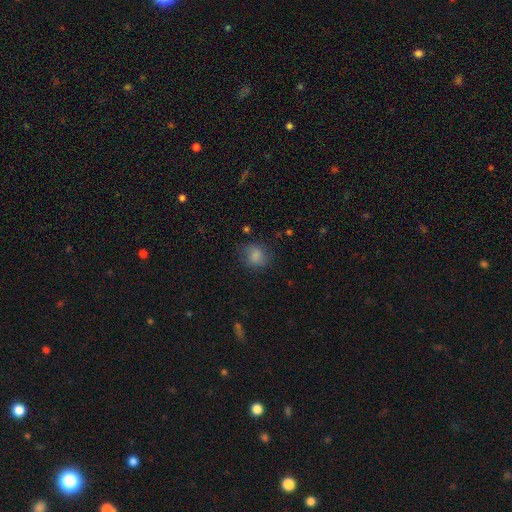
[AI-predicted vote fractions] Smooth or featured: smooth — 81% (star or artifact — 11%)
How rounded: round — 61% (in between — 38%)
Merging: none — 70% (minor disturbance — 20%)